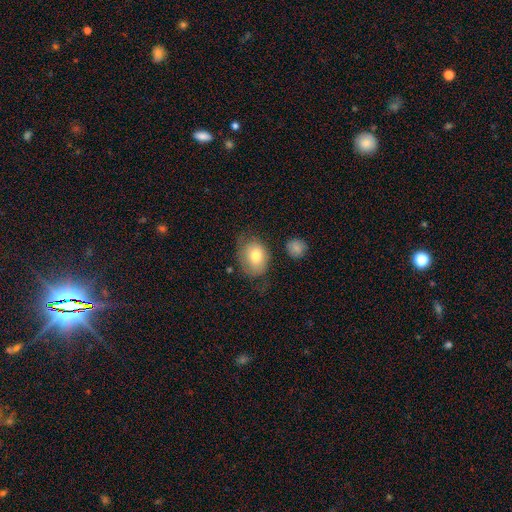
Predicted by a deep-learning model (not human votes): Smooth or featured? Predicted: smooth (p=0.75). How rounded? Predicted: in between (p=0.56). Merging? Predicted: none (p=0.57).